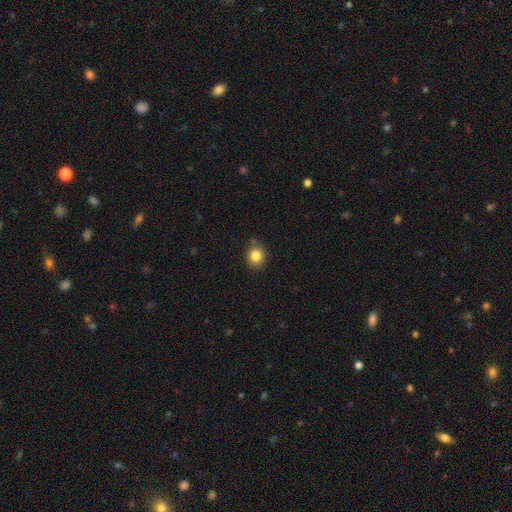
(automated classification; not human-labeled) This is clearly a smooth galaxy (84%). How rounded: likely round (74%). Merging: clearly none (82%).